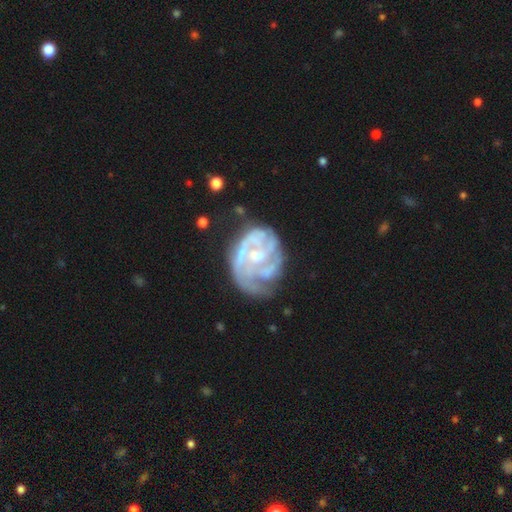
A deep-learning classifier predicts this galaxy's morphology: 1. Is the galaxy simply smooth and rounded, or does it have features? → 82% featured or disk, 11% smooth, 7% star or artifact.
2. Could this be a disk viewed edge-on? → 98% no, 2% yes.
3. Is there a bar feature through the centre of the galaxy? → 64% no, 29% weak, 7% strong.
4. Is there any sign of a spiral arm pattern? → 81% yes, 19% no.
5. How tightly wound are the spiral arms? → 55% tight, 34% medium, 12% loose.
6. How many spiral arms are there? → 39% can't tell, 21% 2, 21% 3, 8% 4, 7% 1, 5% more than 4.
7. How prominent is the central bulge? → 42% small, 40% moderate, 14% none, 3% large, 1% dominant.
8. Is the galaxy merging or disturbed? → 49% none, 25% minor disturbance, 22% major disturbance, 4% merger.